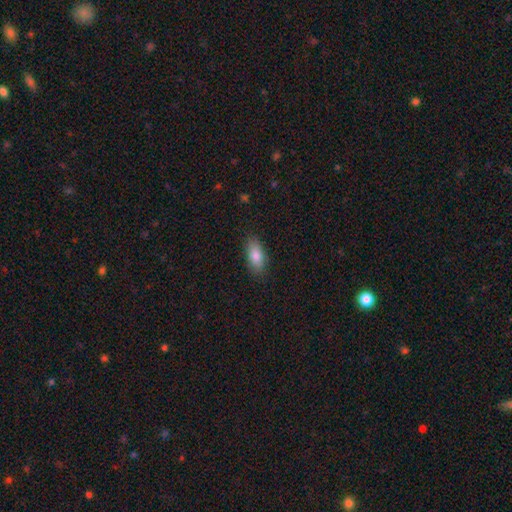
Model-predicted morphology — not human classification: Overall: smooth (82%). How rounded: in between (87%). Merging: none (86%).